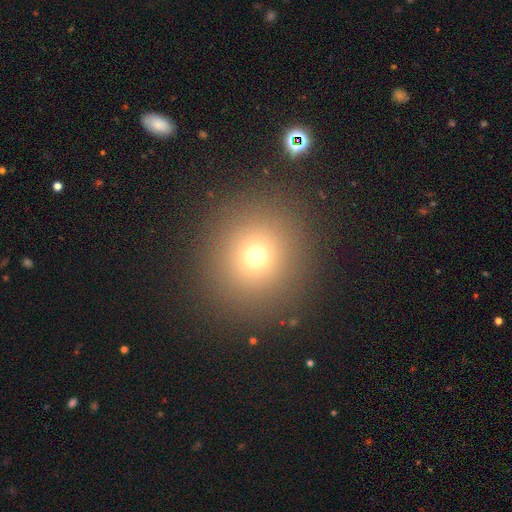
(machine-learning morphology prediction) Q: Smooth or featured?
A: smooth (69%); runner-up: star or artifact (21%)
Q: How rounded?
A: round (92%); runner-up: in between (7%)
Q: Merging?
A: none (89%); runner-up: minor disturbance (6%)